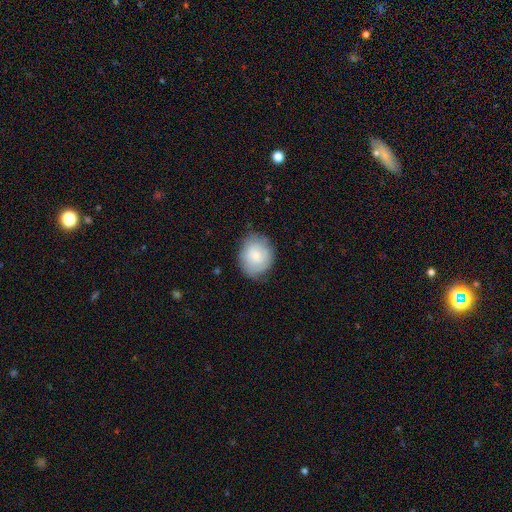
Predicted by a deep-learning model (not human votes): smooth_or_featured: smooth (p=0.74) [alt: featured or disk p=0.19]
how_rounded: round (p=0.64) [alt: in between p=0.35]
merging: none (p=0.77) [alt: minor disturbance p=0.18]